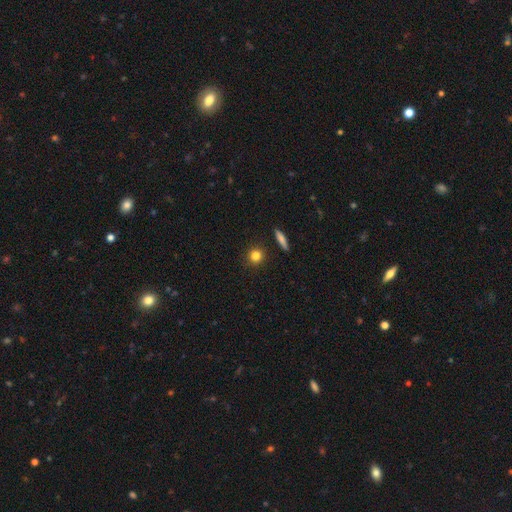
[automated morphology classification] This is clearly a smooth galaxy (83%). How rounded: clearly round (88%). Merging: clearly none (90%).